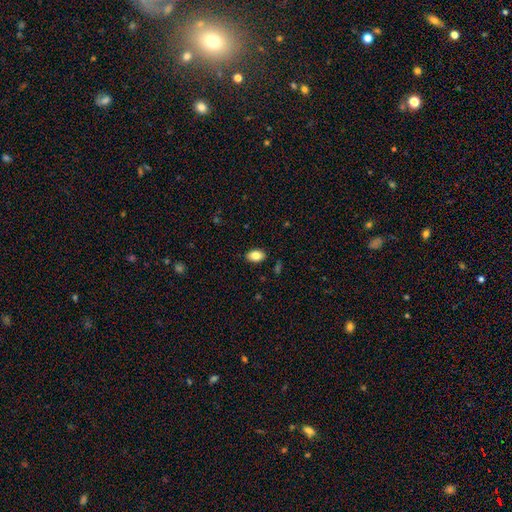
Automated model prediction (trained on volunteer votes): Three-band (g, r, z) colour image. It shows a smooth galaxy with no disk features (84%) that is in between round and cigar-shaped (90%). Merging: none (87%).